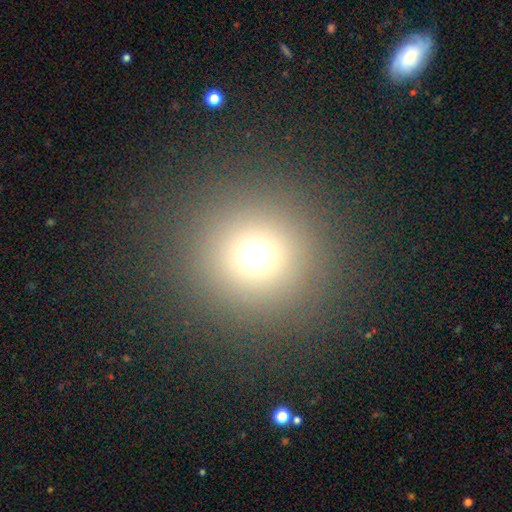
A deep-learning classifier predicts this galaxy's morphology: This is likely a smooth galaxy (69%). How rounded: clearly round (95%). Merging: clearly none (90%).